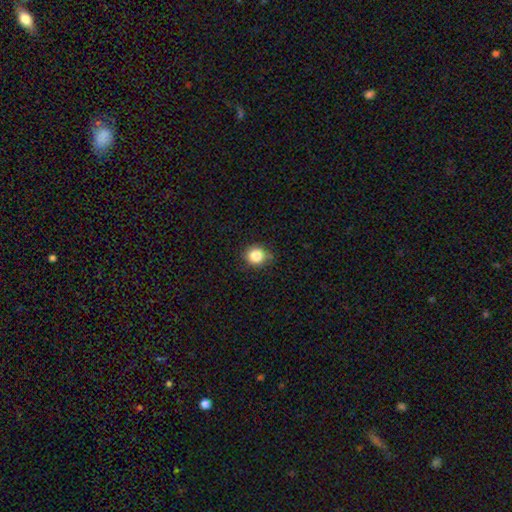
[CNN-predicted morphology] Smooth or featured? Predicted: smooth (p=0.85). How rounded? Predicted: round (p=0.88). Merging? Predicted: none (p=0.80).